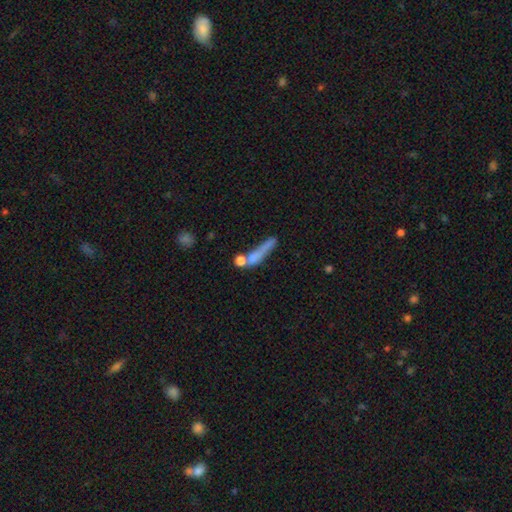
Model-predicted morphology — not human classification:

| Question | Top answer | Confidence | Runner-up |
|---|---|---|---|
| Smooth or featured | smooth | 61% | featured or disk (27%) |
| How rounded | cigar-shaped | 72% | in between (16%) |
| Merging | none | 41% | merger (27%) |